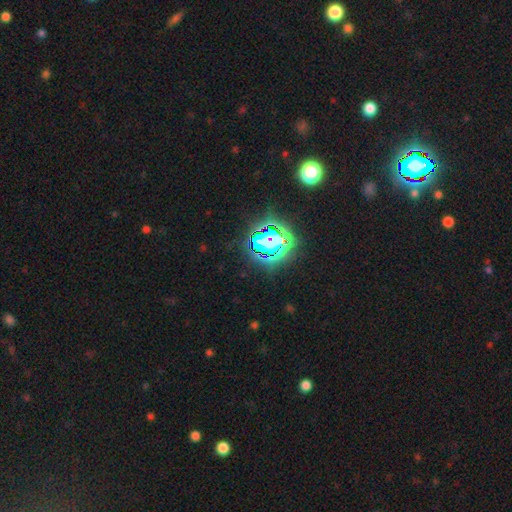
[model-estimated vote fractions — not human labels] A star or artifact, not a galaxy (76%).